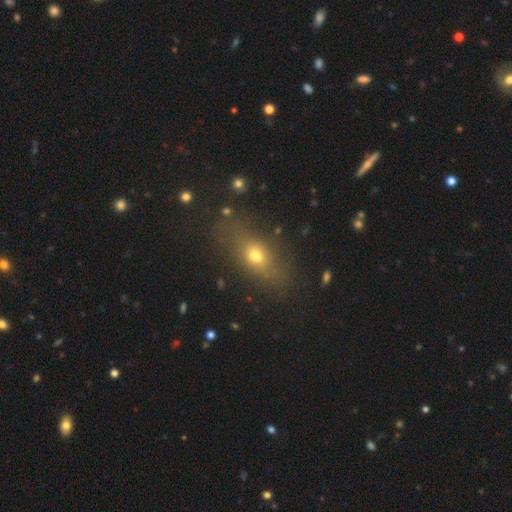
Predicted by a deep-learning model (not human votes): Smooth or featured?
  - smooth: 63% *
  - featured or disk: 19%
  - star or artifact: 17%
How rounded?
  - in between: 65% *
  - round: 19%
  - cigar-shaped: 16%
Merging?
  - none: 77% *
  - minor disturbance: 14%
  - major disturbance: 6%
  - merger: 3%